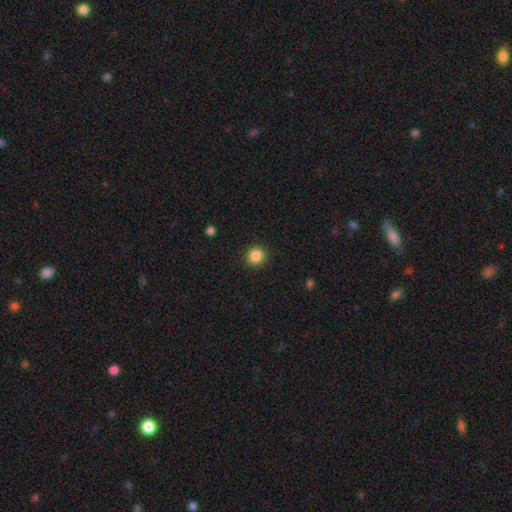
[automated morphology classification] Q: Smooth or featured?
A: smooth (86%); runner-up: star or artifact (11%)
Q: How rounded?
A: round (93%); runner-up: in between (6%)
Q: Merging?
A: none (92%); runner-up: minor disturbance (5%)